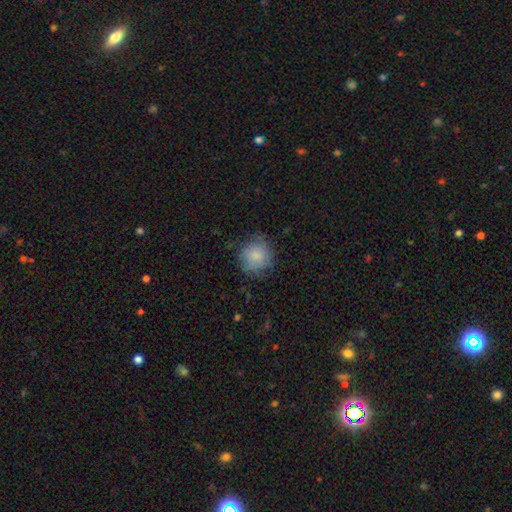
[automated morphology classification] Smooth or featured? smooth (82%)
How rounded? round (89%)
Merging? none (74%)